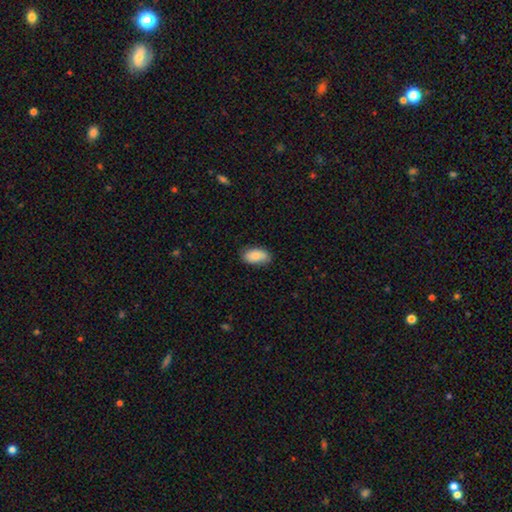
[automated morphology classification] Smooth or featured? Predicted: smooth (p=0.83). How rounded? Predicted: in between (p=0.93). Merging? Predicted: none (p=0.80).